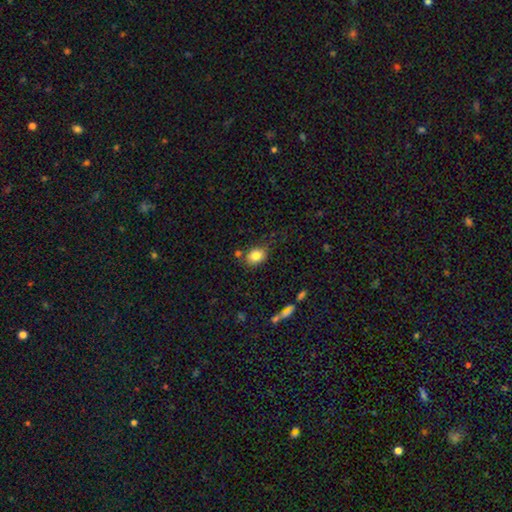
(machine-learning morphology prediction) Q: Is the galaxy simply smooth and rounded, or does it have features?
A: smooth — 83%.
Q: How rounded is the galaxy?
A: in between — 62%.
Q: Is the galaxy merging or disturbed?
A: none — 72%.